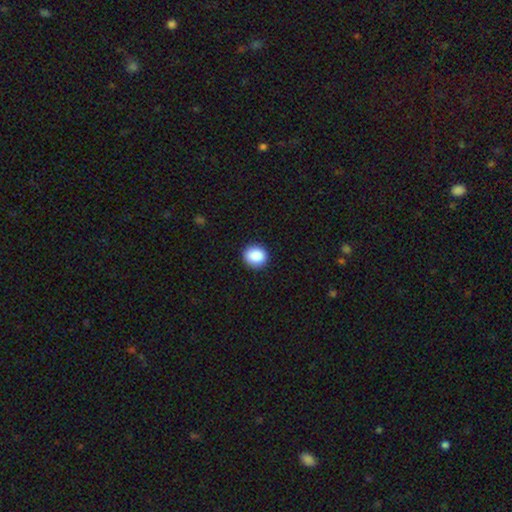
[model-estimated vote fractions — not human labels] A smooth galaxy with no disk features (88%) that is round (79%).

Vote fractions:
- Smooth or featured? smooth: 88% / star or artifact: 8% / featured or disk: 4%
- How rounded? round: 79% / in between: 20% / cigar-shaped: 1%
- Merging? none: 91% / minor disturbance: 7% / major disturbance: 2% / merger: 1%